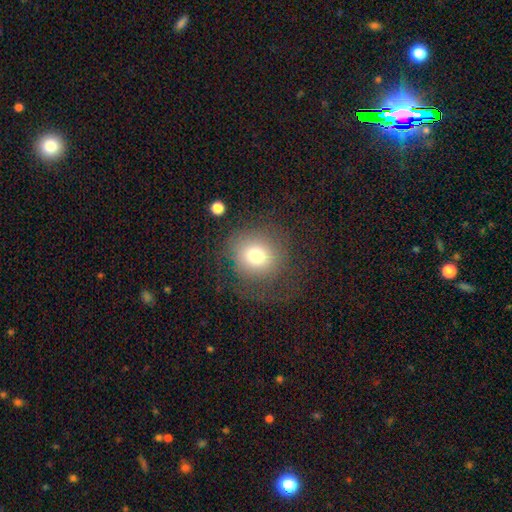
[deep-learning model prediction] This is likely a smooth galaxy (72%). How rounded: clearly round (85%). Merging: likely none (63%).